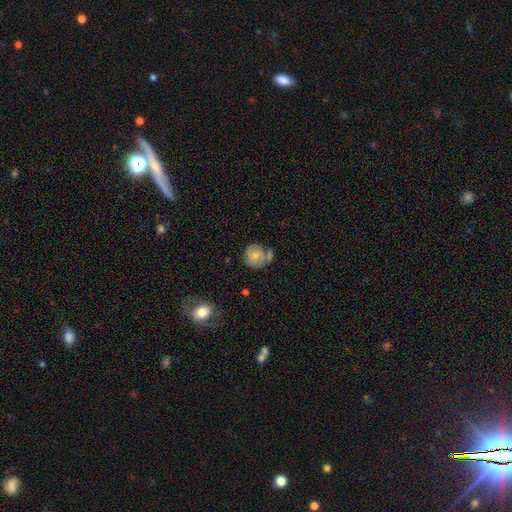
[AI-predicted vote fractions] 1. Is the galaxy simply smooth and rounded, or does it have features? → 58% smooth, 35% featured or disk, 8% star or artifact.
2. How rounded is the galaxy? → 85% round, 14% in between, 1% cigar-shaped.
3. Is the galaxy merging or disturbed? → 50% none, 22% minor disturbance, 20% merger, 8% major disturbance.